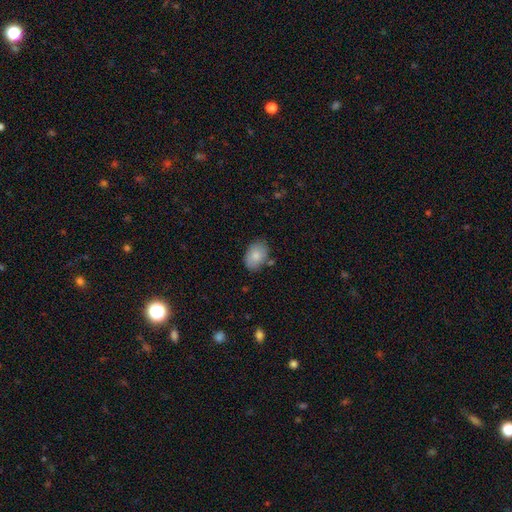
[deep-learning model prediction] Morphology: type=smooth (82%); roundness=in between (86%); merging=none (76%).